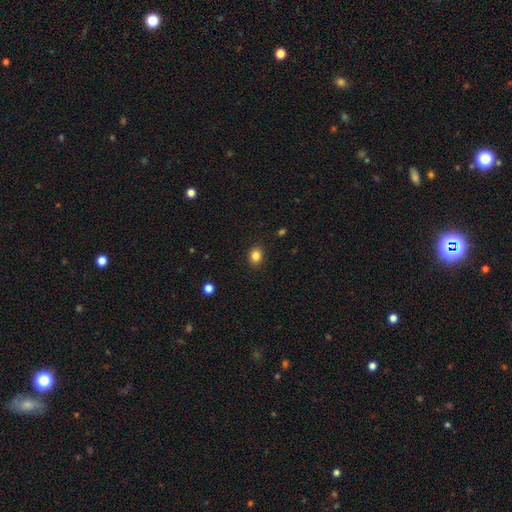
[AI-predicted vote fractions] A smooth galaxy with no disk features (85%) that is in between round and cigar-shaped (51%). Merging: none (89%).